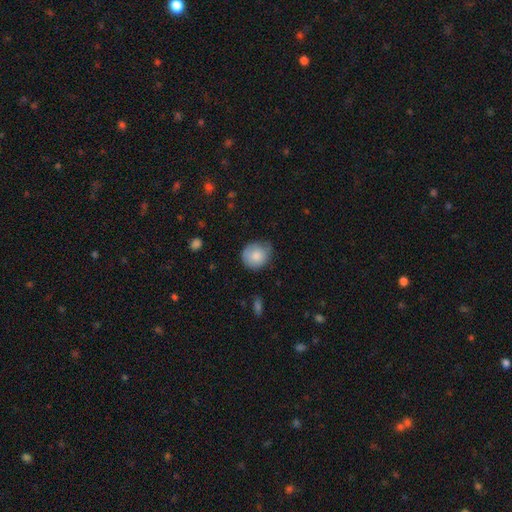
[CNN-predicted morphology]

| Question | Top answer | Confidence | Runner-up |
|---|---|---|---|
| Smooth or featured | smooth | 82% | featured or disk (11%) |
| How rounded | round | 83% | in between (16%) |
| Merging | none | 59% | minor disturbance (32%) |